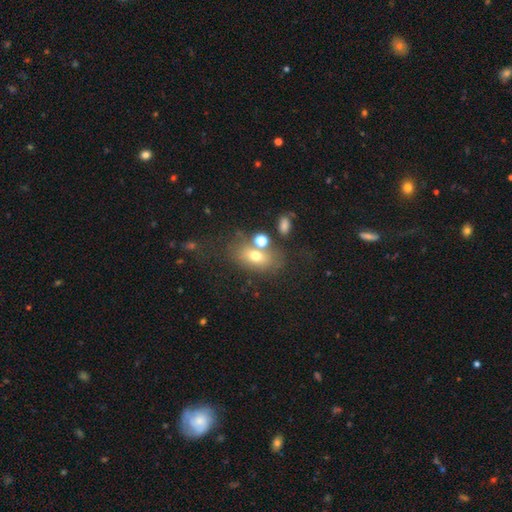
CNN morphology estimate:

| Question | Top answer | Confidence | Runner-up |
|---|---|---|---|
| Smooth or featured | smooth | 66% | featured or disk (21%) |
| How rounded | in between | 77% | round (20%) |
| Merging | none | 52% | merger (22%) |